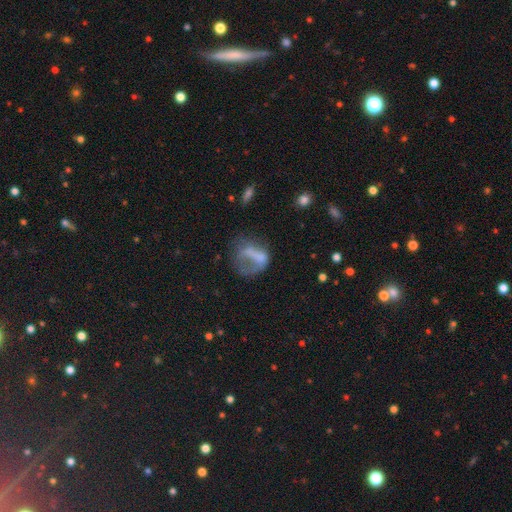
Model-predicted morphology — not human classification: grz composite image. It shows a smooth galaxy with no disk features (51%) that is in between round and cigar-shaped (50%). Merging: major disturbance (48%).